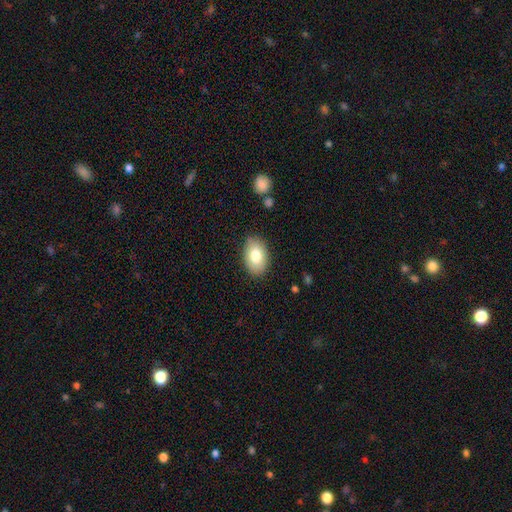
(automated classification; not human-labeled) Smooth or featured: smooth — 79% (featured or disk — 14%)
How rounded: in between — 89% (round — 9%)
Merging: none — 85% (minor disturbance — 11%)